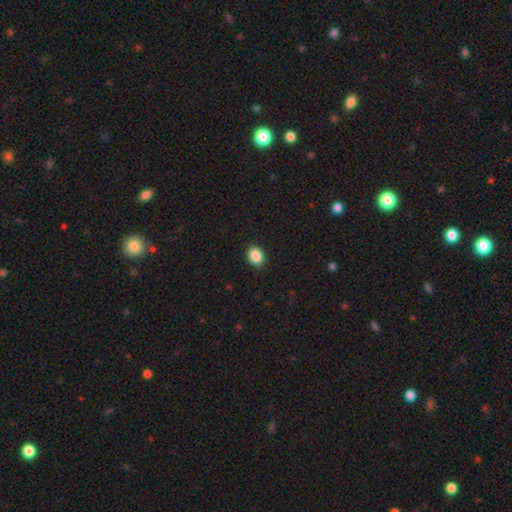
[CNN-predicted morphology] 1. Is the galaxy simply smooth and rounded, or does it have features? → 88% smooth, 9% star or artifact, 4% featured or disk.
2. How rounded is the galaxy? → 53% in between, 46% round, 1% cigar-shaped.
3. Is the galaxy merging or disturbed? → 88% none, 9% minor disturbance, 2% major disturbance, 1% merger.